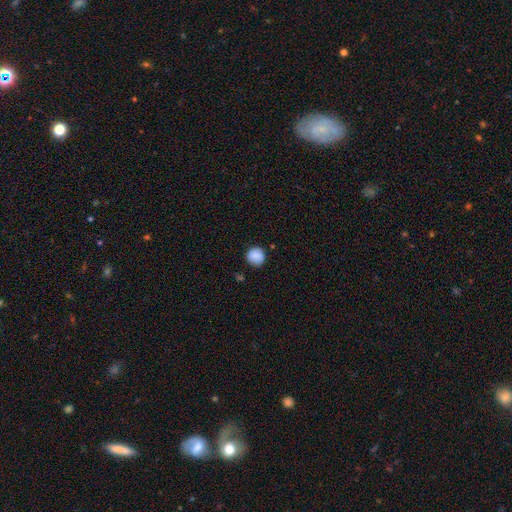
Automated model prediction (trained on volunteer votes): Overall: smooth (85%). How rounded: round (92%). Merging: none (83%).